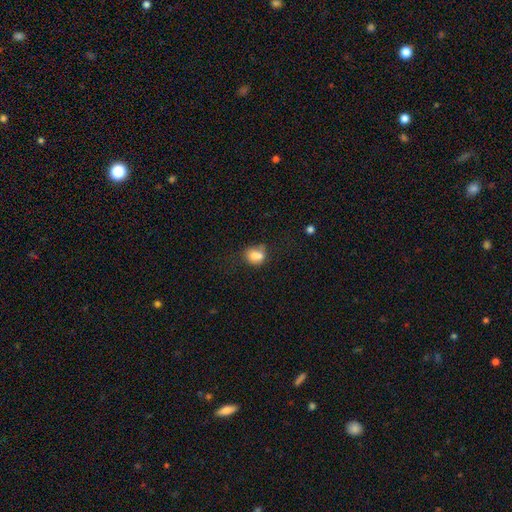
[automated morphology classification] smooth_or_featured: smooth (p=0.75) [alt: featured or disk p=0.15]
how_rounded: round (p=0.60) [alt: in between p=0.39]
merging: none (p=0.38) [alt: merger p=0.37]